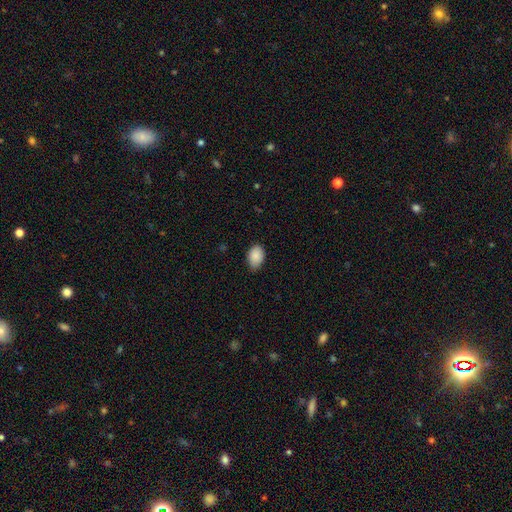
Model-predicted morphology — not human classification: smooth_or_featured: smooth (p=0.89) [alt: star or artifact p=0.07]
how_rounded: in between (p=0.86) [alt: round p=0.13]
merging: none (p=0.75) [alt: minor disturbance p=0.21]